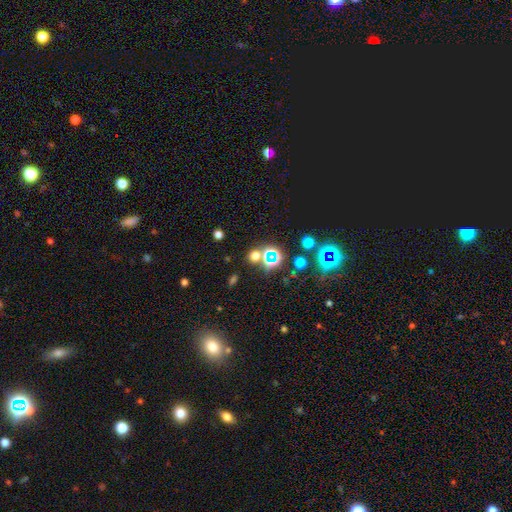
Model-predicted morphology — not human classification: Smooth or featured? smooth (51%)
How rounded? round (78%)
Merging? none (73%)